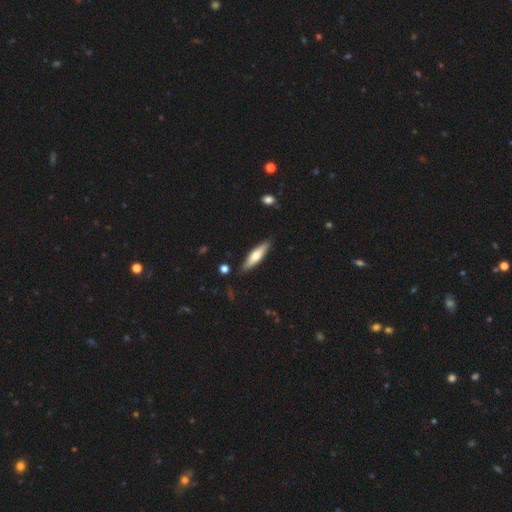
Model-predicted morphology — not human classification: Smooth or featured?
  - smooth: 59% *
  - featured or disk: 36%
  - star or artifact: 5%
How rounded?
  - cigar-shaped: 72% *
  - in between: 26%
  - round: 2%
Merging?
  - none: 86% *
  - minor disturbance: 10%
  - major disturbance: 2%
  - merger: 2%